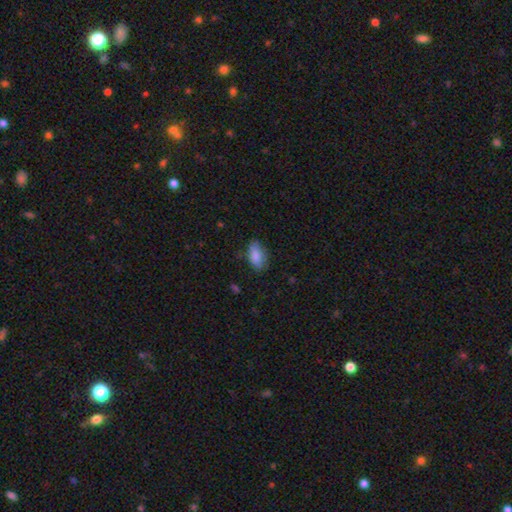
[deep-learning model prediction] smooth-or-featured: smooth: 85% | featured or disk: 8% | star or artifact: 7%
  how-rounded: in between: 91% | cigar-shaped: 5% | round: 4%
  merging: none: 72% | minor disturbance: 22% | major disturbance: 5% | merger: 1%